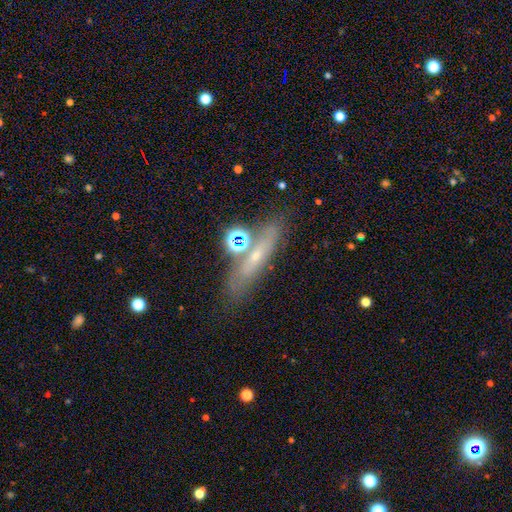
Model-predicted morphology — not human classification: smooth_or_featured: featured or disk (p=0.45) [alt: smooth p=0.36]
merging: none (p=0.70) [alt: minor disturbance p=0.15]